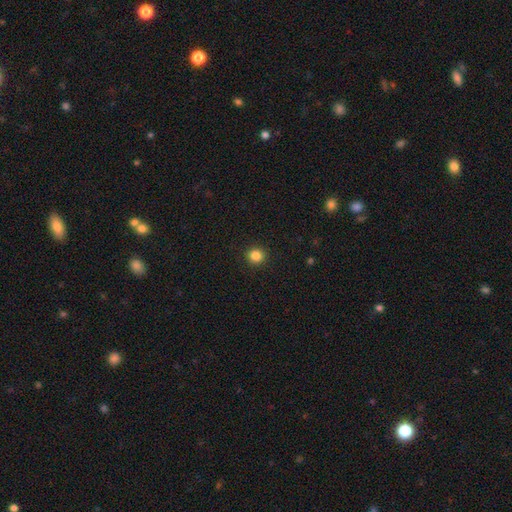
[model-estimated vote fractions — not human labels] Morphology: type=smooth (85%); roundness=round (93%); merging=none (92%).